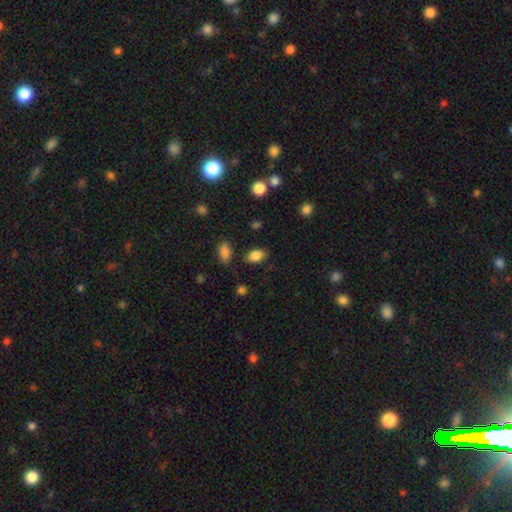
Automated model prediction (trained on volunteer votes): The model was most divided on "merging": none: 81%, minor disturbance: 12%, major disturbance: 3%, merger: 3%. More confident: how rounded — in between (87%); smooth or featured — smooth (85%).